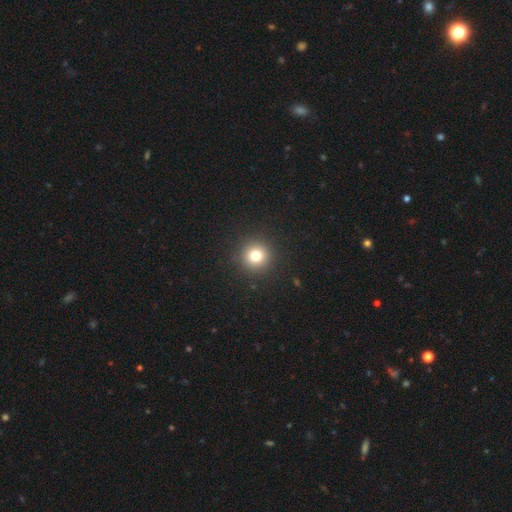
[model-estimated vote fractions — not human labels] smooth 78%, star or artifact 14%, featured or disk 8%. Down the decision tree: how rounded — round (95%); merging — none (92%).